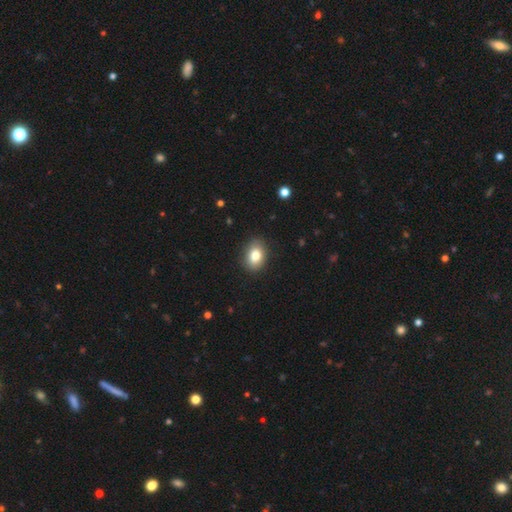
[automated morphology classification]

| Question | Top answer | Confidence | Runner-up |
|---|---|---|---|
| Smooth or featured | smooth | 82% | featured or disk (10%) |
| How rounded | in between | 75% | round (23%) |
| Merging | none | 88% | minor disturbance (9%) |